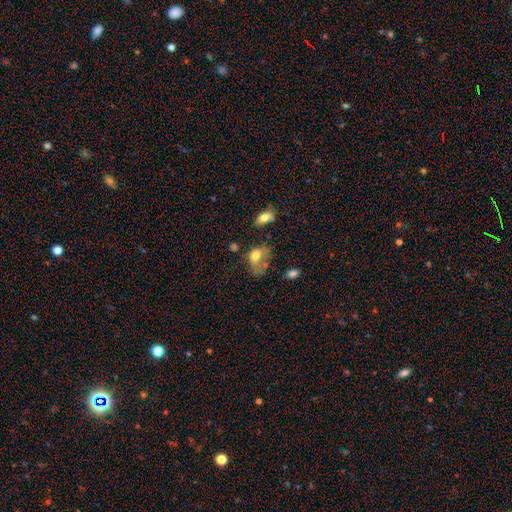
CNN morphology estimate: Overall: smooth (69%). How rounded: in between (71%). Merging: major disturbance (39%; minor disturbance 28%).